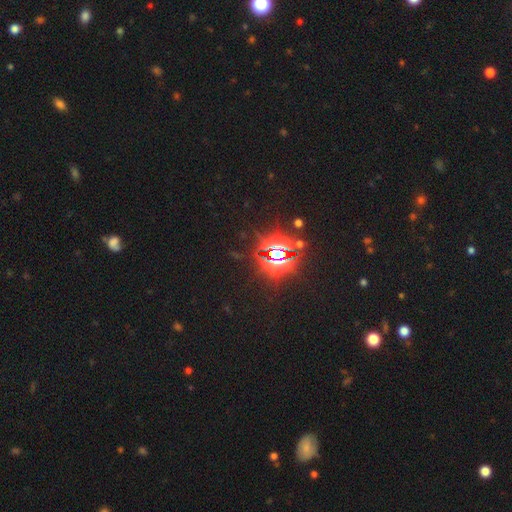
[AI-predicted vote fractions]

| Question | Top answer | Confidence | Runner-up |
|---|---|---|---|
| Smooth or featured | star or artifact | 83% | smooth (11%) |